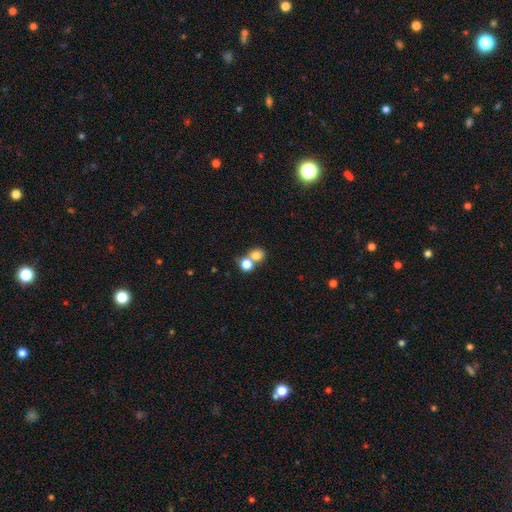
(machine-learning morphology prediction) Overall: smooth (77%). How rounded: round (73%). Merging: merger (49%; none 41%).